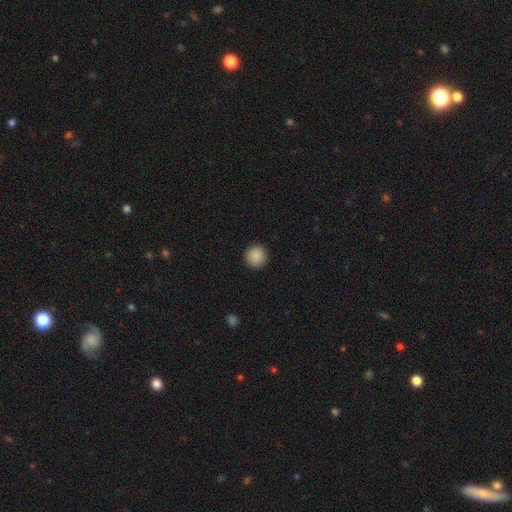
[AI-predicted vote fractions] Smooth or featured? smooth (89%)
How rounded? round (95%)
Merging? none (93%)